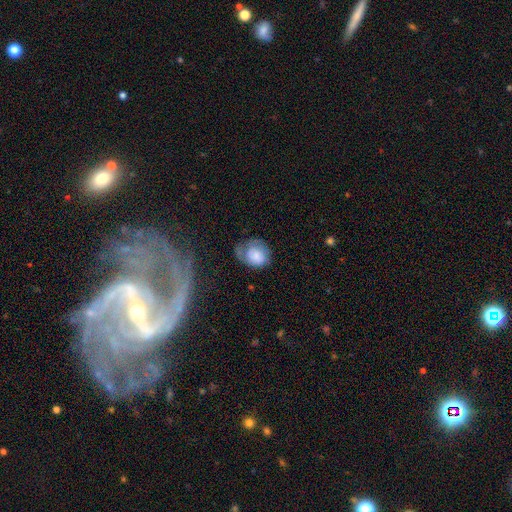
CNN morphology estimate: smooth 70%, featured or disk 22%, star or artifact 8%. Down the decision tree: how rounded — round (51%); merging — none (41%).